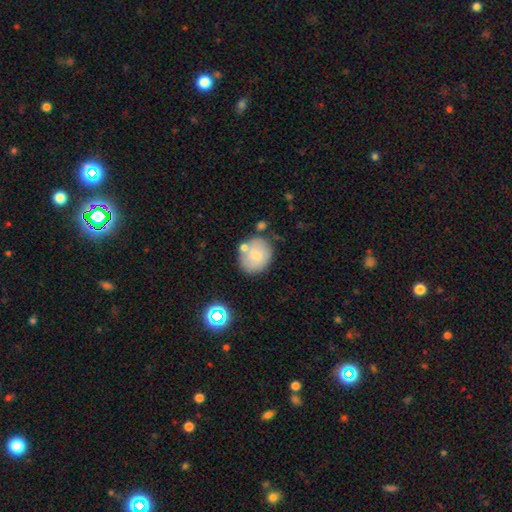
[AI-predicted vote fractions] Smooth or featured? smooth (74%)
How rounded? round (73%)
Merging? none (66%)